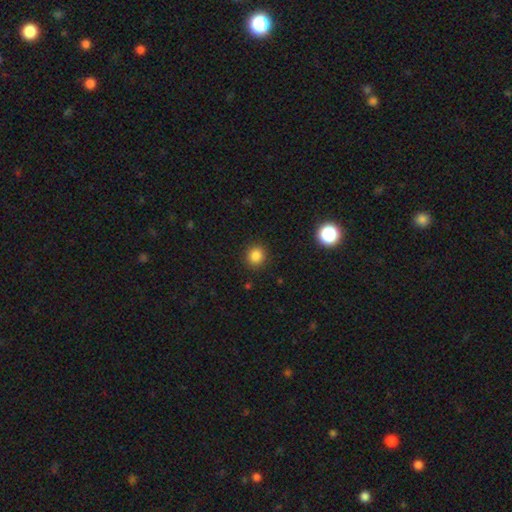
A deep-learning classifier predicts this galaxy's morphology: Smooth or featured?
  - smooth: 85% *
  - star or artifact: 12%
  - featured or disk: 4%
How rounded?
  - round: 90% *
  - in between: 9%
  - cigar-shaped: 1%
Merging?
  - none: 91% *
  - minor disturbance: 6%
  - major disturbance: 2%
  - merger: 1%